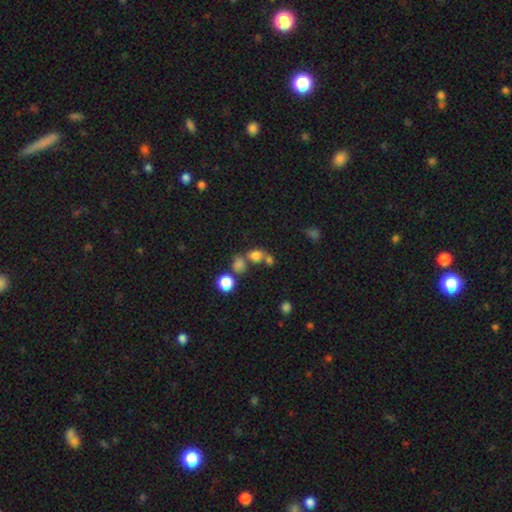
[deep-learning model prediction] Overall: smooth (73%). How rounded: round (65%; in between 33%). Merging: none (46%; merger 37%).